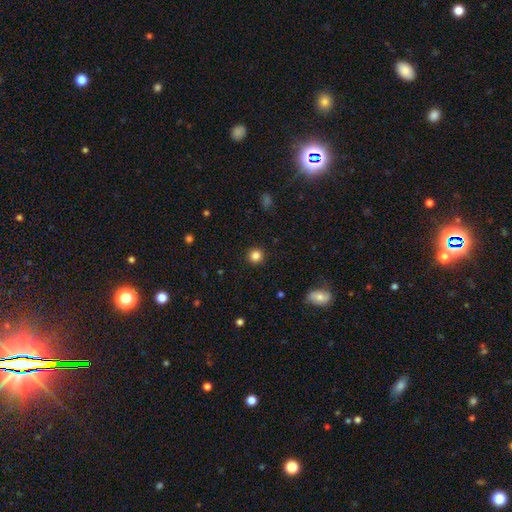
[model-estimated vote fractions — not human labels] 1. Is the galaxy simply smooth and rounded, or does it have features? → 85% smooth, 11% star or artifact, 4% featured or disk.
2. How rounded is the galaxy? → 94% round, 5% in between, 1% cigar-shaped.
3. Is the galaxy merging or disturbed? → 92% none, 5% minor disturbance, 2% major disturbance, 1% merger.